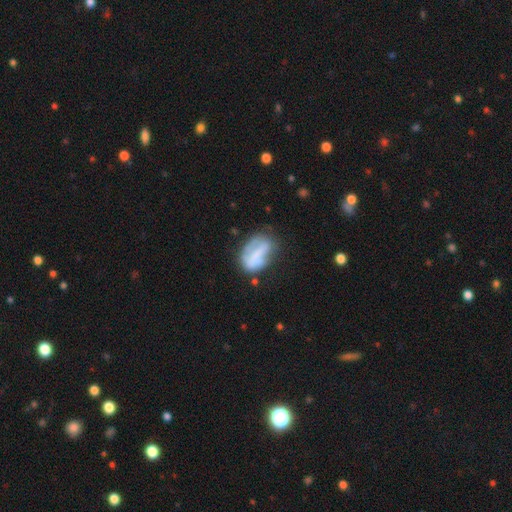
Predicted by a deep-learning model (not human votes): smooth_or_featured: smooth (p=0.52) [alt: featured or disk p=0.39]
how_rounded: in between (p=0.85) [alt: round p=0.12]
merging: none (p=0.41) [alt: minor disturbance p=0.30]